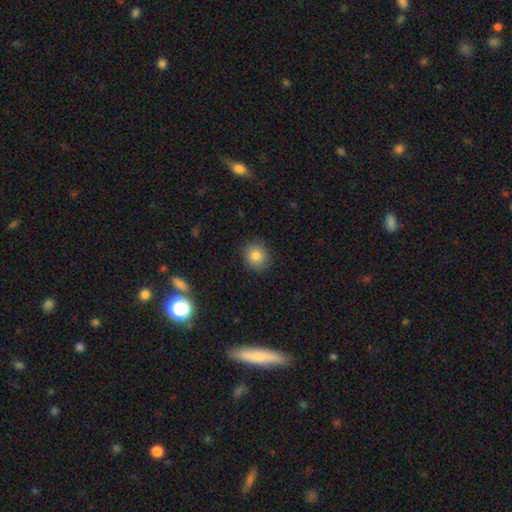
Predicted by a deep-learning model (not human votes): Overall: smooth (81%). How rounded: round (79%). Merging: none (88%).